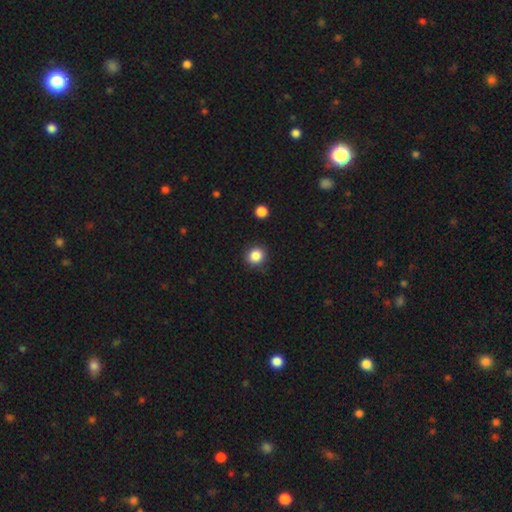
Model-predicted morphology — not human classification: type=smooth (85%); roundness=round (88%); merging=none (88%).